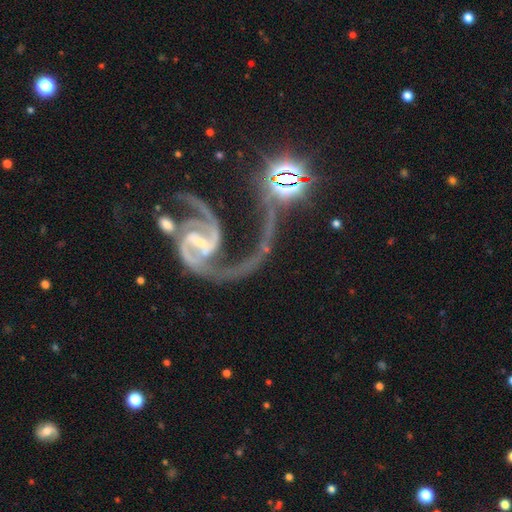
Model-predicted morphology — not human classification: smooth-or-featured: featured or disk: 88% | star or artifact: 8% | smooth: 4%
  disk-edge-on: no: 98% | yes: 2%
    bar: weak: 40% | no: 34% | strong: 26%
    has-spiral-arms: yes: 97% | no: 3%
      spiral-winding: medium: 49% | loose: 32% | tight: 18%
      spiral-arm-count: 2: 78% | 1: 9% | can't tell: 4% | 3: 4% | 4: 3% | more than 4: 3%
    bulge-size: small: 62% | moderate: 19% | none: 14% | large: 3% | dominant: 2%
  merging: none: 34% | major disturbance: 29% | merger: 22% | minor disturbance: 15%